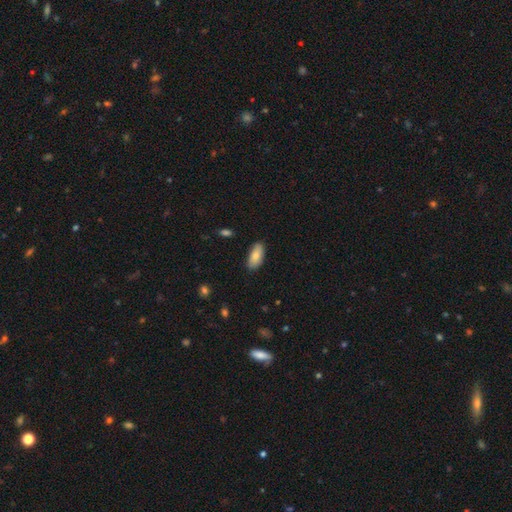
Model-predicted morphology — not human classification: Smooth or featured? Predicted: smooth (p=0.84). How rounded? Predicted: in between (p=0.90). Merging? Predicted: none (p=0.83).